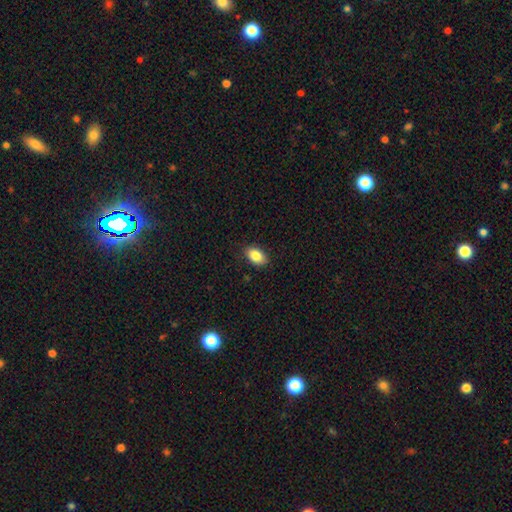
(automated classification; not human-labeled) Smooth or featured? Predicted: smooth (p=0.86). How rounded? Predicted: in between (p=0.90). Merging? Predicted: none (p=0.88).